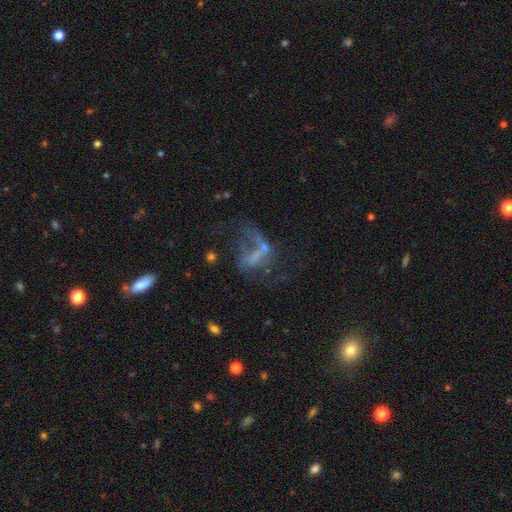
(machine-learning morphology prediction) smooth_or_featured: featured or disk (p=0.55) [alt: smooth p=0.23]
disk_edge_on: no (p=0.93) [alt: yes p=0.07]
bar: no (p=0.56) [alt: weak p=0.26]
has_spiral_arms: no (p=0.64) [alt: yes p=0.36]
bulge_size: none (p=0.61) [alt: small p=0.22]
merging: major disturbance (p=0.43) [alt: none p=0.30]